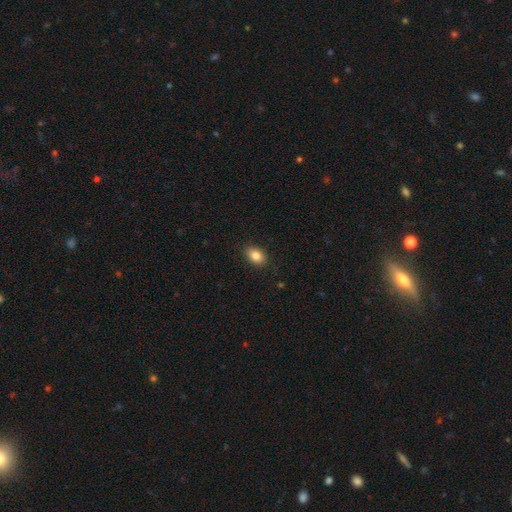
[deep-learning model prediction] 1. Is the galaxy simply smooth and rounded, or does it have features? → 86% smooth, 9% star or artifact, 6% featured or disk.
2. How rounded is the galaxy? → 79% in between, 19% round, 1% cigar-shaped.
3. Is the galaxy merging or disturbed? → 88% none, 9% minor disturbance, 2% major disturbance, 1% merger.